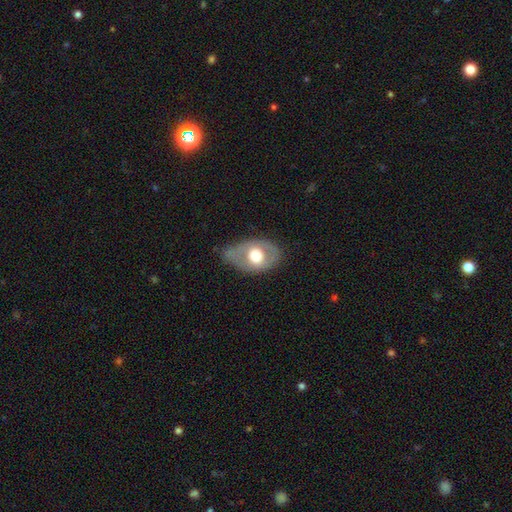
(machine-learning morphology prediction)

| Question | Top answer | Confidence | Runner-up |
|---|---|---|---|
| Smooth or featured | smooth | 47% | tied: featured or disk (47%) |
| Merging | none | 49% | minor disturbance (32%) |